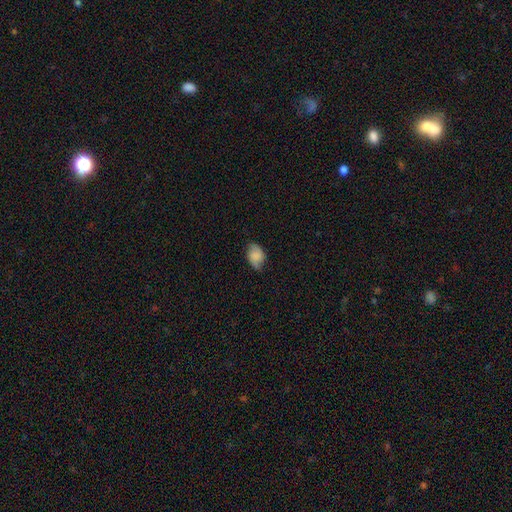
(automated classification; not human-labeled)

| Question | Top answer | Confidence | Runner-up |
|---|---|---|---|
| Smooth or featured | smooth | 66% | featured or disk (24%) |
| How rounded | in between | 81% | round (18%) |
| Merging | none | 69% | minor disturbance (24%) |